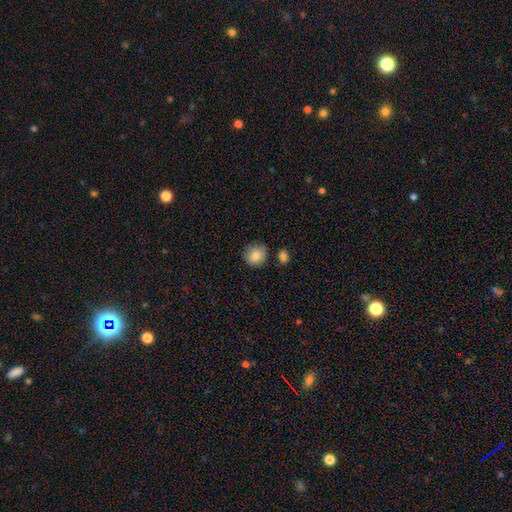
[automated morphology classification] Smooth or featured? Predicted: smooth (p=0.86). How rounded? Predicted: round (p=0.83). Merging? Predicted: none (p=0.77).